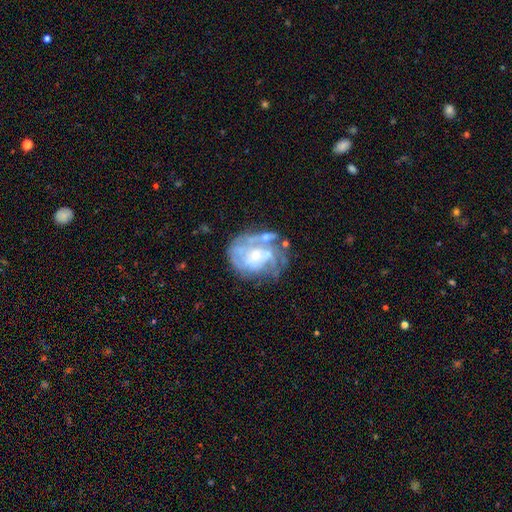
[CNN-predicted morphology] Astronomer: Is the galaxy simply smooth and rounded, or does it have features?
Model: featured or disk — 77%.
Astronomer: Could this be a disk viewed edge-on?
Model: no — 97%.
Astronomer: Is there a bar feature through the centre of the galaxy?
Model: no — 75%.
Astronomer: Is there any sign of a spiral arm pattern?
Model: yes — 73%.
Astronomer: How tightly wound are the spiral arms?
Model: tight — 56%.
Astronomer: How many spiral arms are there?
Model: can't tell — 50%.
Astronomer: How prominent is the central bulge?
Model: small — 59%.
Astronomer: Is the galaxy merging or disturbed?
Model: none — 47% (runner-up: minor disturbance, 23%).